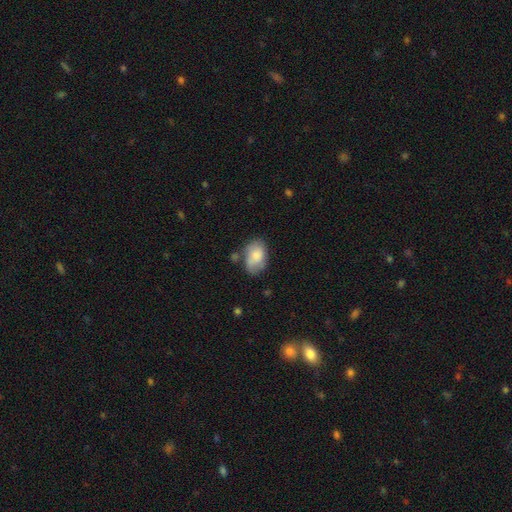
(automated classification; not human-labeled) This is likely a smooth galaxy (74%). How rounded: clearly in between (87%). Merging: possibly none (56%).